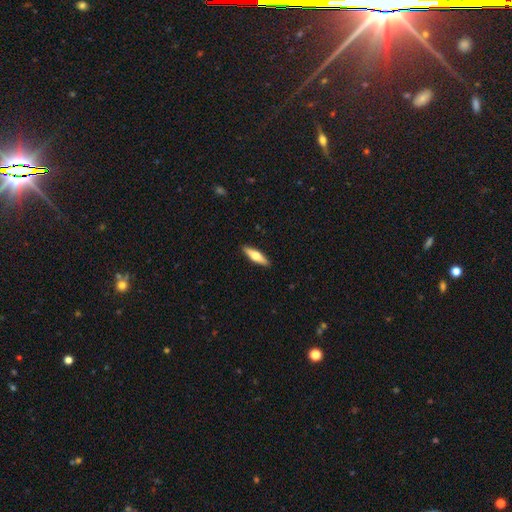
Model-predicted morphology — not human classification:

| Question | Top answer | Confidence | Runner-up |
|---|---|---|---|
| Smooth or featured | smooth | 51% | featured or disk (44%) |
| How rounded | cigar-shaped | 67% | in between (31%) |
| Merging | none | 91% | minor disturbance (7%) |